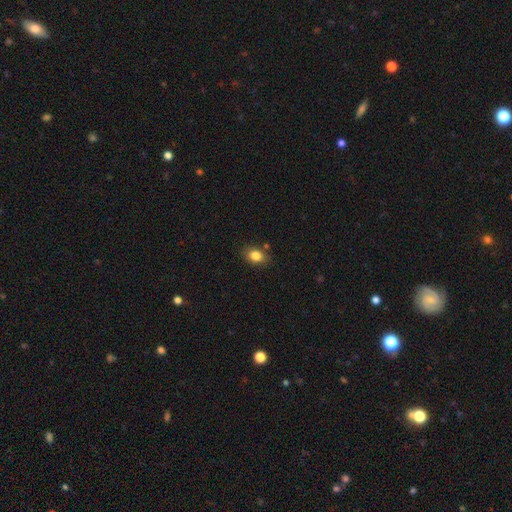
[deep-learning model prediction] Overall: smooth (83%). How rounded: in between (66%; round 33%). Merging: none (81%).